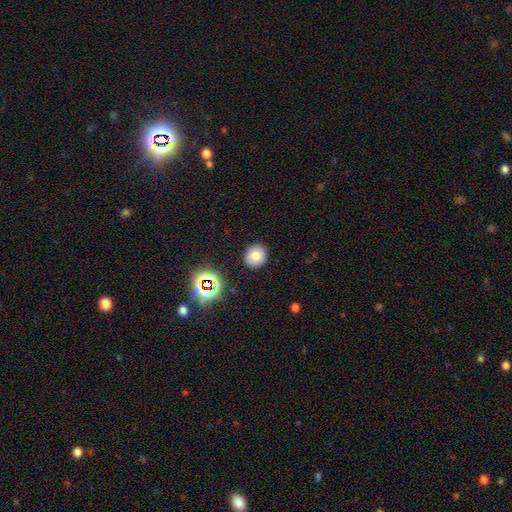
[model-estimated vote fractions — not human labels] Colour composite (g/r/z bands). It shows a smooth galaxy with no disk features (74%) that is round (83%). Merging: none (89%).